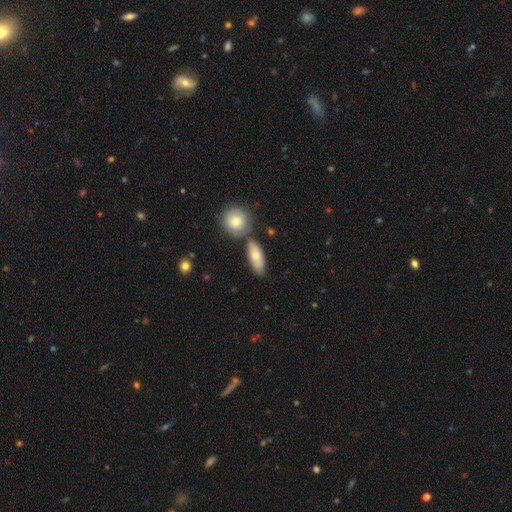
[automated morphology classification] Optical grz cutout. It shows a smooth galaxy with no disk features (72%) that is in between round and cigar-shaped (78%). Merging: none (60%).